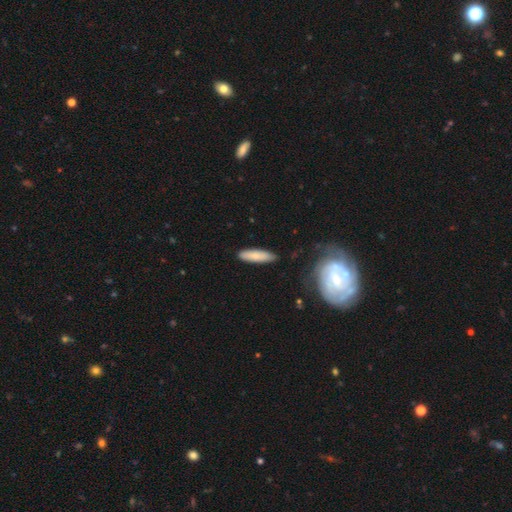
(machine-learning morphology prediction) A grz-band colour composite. It shows a smooth galaxy with no disk features (81%) that is cigar-shaped (61%). Merging: none (87%).